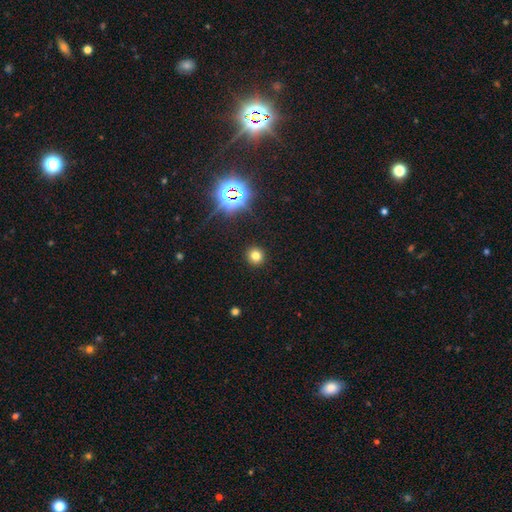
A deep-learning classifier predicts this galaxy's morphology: smooth-or-featured: smooth: 73% | star or artifact: 20% | featured or disk: 7%
  how-rounded: round: 92% | in between: 7% | cigar-shaped: 1%
  merging: none: 92% | minor disturbance: 5% | major disturbance: 2% | merger: 1%